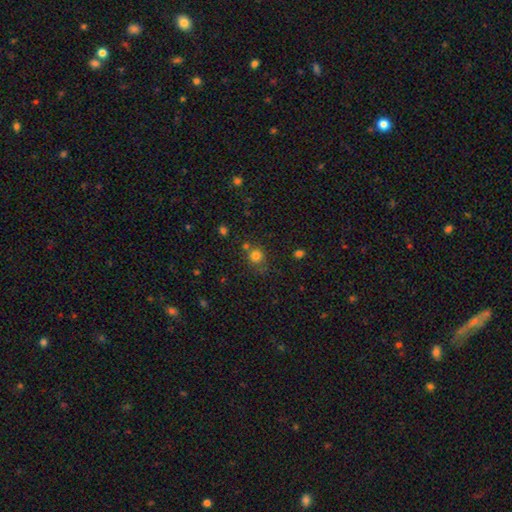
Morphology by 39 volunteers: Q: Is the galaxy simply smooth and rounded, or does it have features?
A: smooth — 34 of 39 (87%).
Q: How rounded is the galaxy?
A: round — 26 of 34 (76%).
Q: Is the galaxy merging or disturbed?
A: none — 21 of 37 (57%).